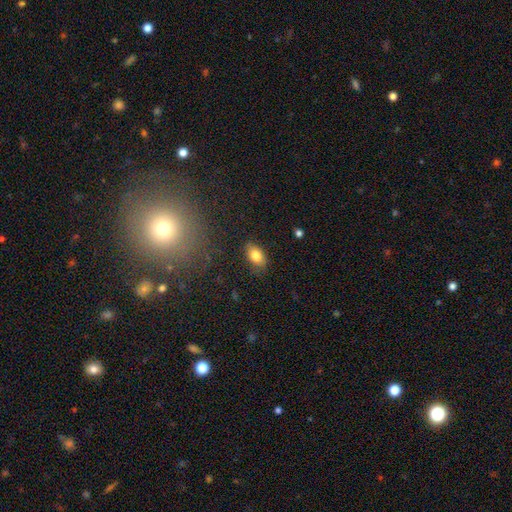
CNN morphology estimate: The model was most divided on "merging": none: 83%, minor disturbance: 13%, major disturbance: 3%, merger: 1%. More confident: how rounded — in between (89%); smooth or featured — smooth (82%).